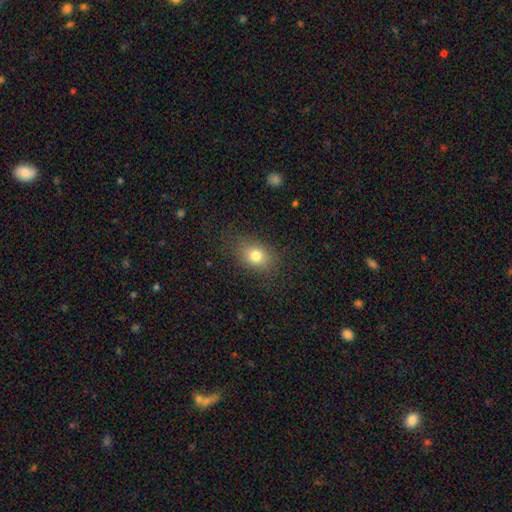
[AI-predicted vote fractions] smooth-or-featured: smooth: 79% | star or artifact: 11% | featured or disk: 10%
  how-rounded: in between: 67% | round: 32% | cigar-shaped: 2%
  merging: none: 81% | minor disturbance: 13% | major disturbance: 5% | merger: 1%